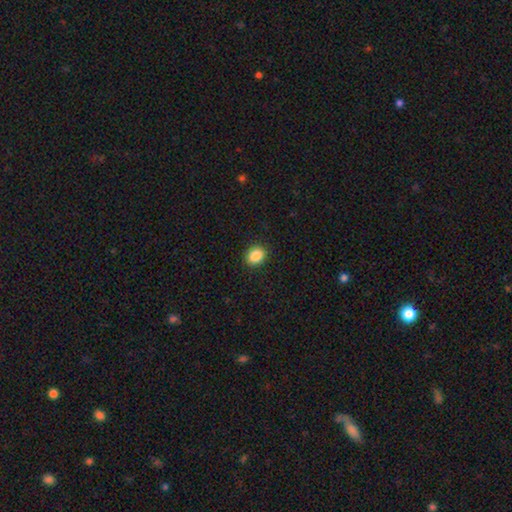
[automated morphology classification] Smooth or featured?
  - smooth: 89% *
  - star or artifact: 8%
  - featured or disk: 3%
How rounded?
  - in between: 57% *
  - round: 42%
  - cigar-shaped: 1%
Merging?
  - none: 90% *
  - minor disturbance: 7%
  - major disturbance: 2%
  - merger: 1%